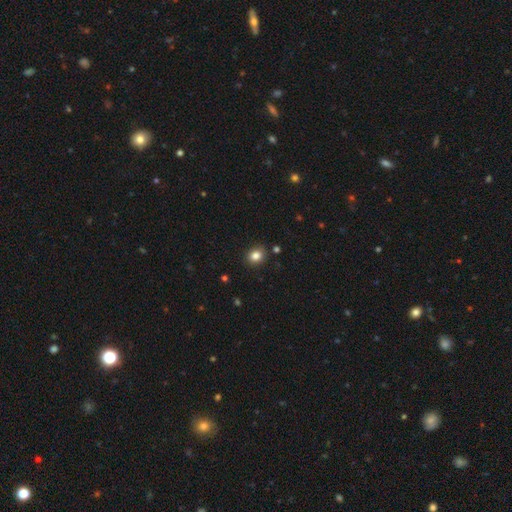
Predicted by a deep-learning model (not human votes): Overall: smooth (84%). How rounded: round (61%; in between 38%). Merging: none (87%).